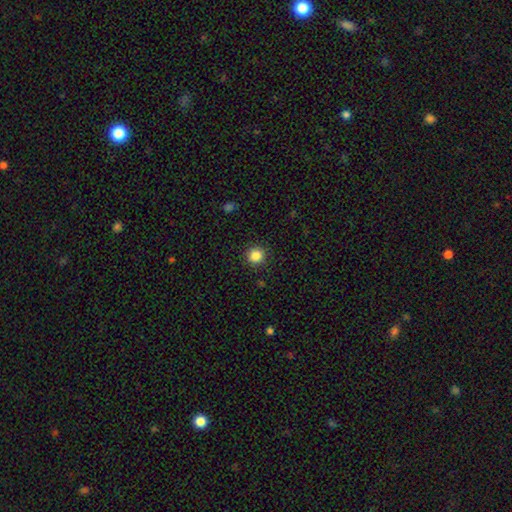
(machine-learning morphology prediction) A smooth galaxy with no disk features (86%) that is round (91%). Merging: none (91%).